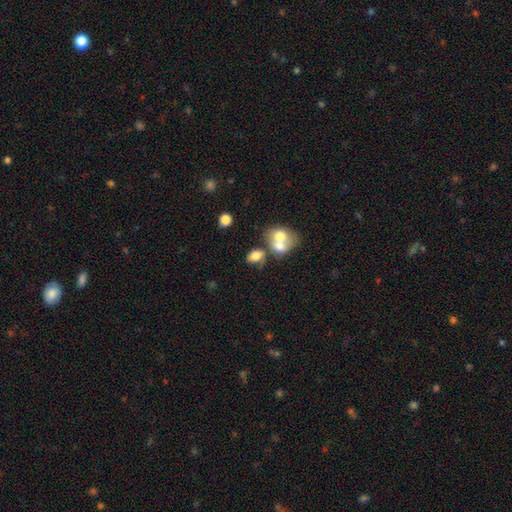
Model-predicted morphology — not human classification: Overall: smooth (72%). How rounded: in between (68%; round 30%). Merging: merger (51%; none 28%).